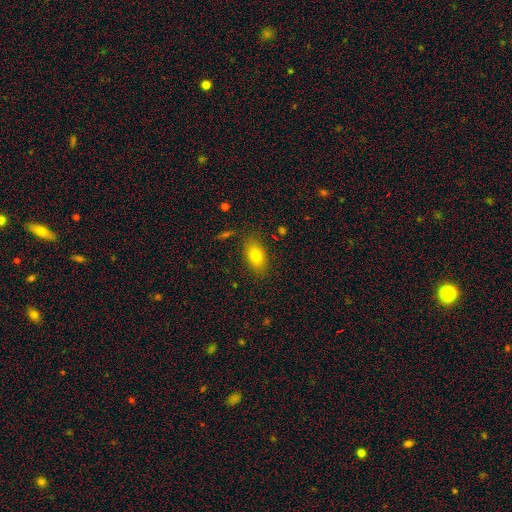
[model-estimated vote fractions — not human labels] The model was most divided on "smooth or featured": smooth: 79%, featured or disk: 12%, star or artifact: 9%. More confident: how rounded — in between (86%); merging — none (83%).